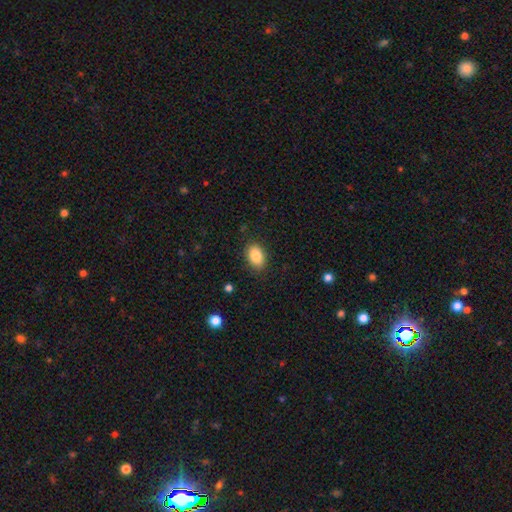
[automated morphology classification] Smooth or featured? Predicted: smooth (p=0.87). How rounded? Predicted: in between (p=0.86). Merging? Predicted: none (p=0.85).